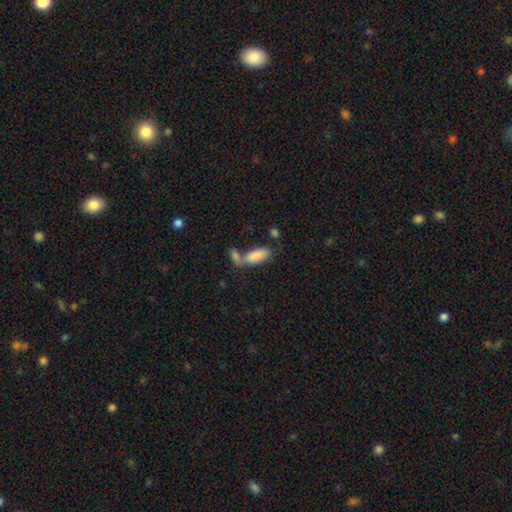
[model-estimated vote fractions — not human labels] Q: Smooth or featured?
A: smooth (84%); runner-up: featured or disk (10%)
Q: How rounded?
A: in between (78%); runner-up: cigar-shaped (20%)
Q: Merging?
A: merger (41%); runner-up: none (40%)